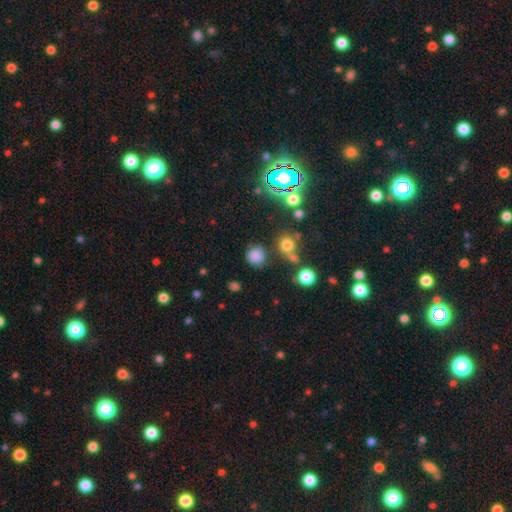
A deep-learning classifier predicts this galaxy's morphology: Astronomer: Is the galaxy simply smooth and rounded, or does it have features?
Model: smooth — 75%.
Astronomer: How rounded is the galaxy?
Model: round — 88%.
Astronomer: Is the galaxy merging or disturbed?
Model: none — 72%.